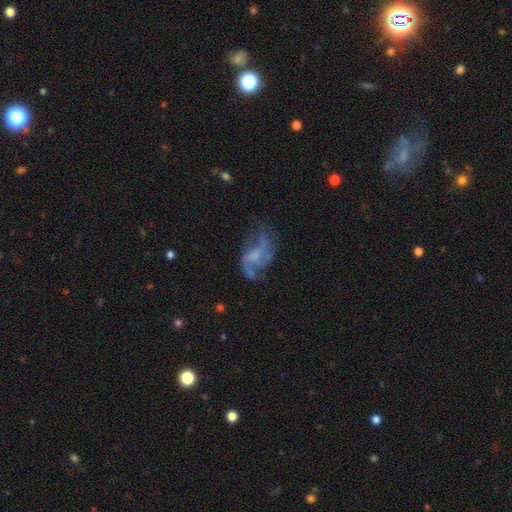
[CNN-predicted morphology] A featured or disk galaxy (74%) with no bar (54%), 2 (60%) loose (61%) spiral arms (83%) and no central bulge (43%).

Vote fractions:
- Smooth or featured? featured or disk: 74% / smooth: 16% / star or artifact: 10%
- Edge-on disk? no: 97% / yes: 3%
- Bar? no: 54% / weak: 37% / strong: 9%
- Spiral arms? yes: 83% / no: 17%
- Spiral winding? loose: 61% / medium: 31% / tight: 8%
- Spiral arm count? 2: 60% / 3: 14% / can't tell: 14% / 1: 6% / 4: 4% / more than 4: 3%
- Bulge size? none: 43% / small: 30% / moderate: 21% / large: 4% / dominant: 1%
- Merging? none: 46% / major disturbance: 29% / minor disturbance: 21% / merger: 4%